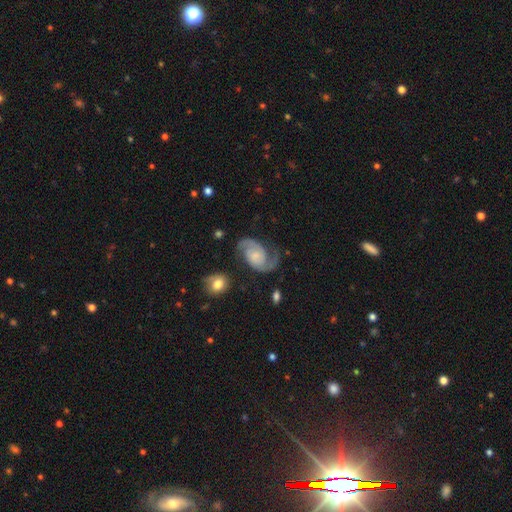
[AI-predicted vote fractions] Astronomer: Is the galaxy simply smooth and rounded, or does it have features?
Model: featured or disk — 87%.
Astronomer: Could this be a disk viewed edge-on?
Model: no — 98%.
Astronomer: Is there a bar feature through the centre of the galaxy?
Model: no — 61%.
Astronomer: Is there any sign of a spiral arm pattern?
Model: yes — 97%.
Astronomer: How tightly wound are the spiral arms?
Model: medium — 54%.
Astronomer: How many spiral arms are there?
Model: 2 — 92%.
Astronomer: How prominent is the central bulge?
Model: small — 35% (runner-up: moderate, 26%).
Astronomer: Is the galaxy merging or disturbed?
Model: none — 70%.